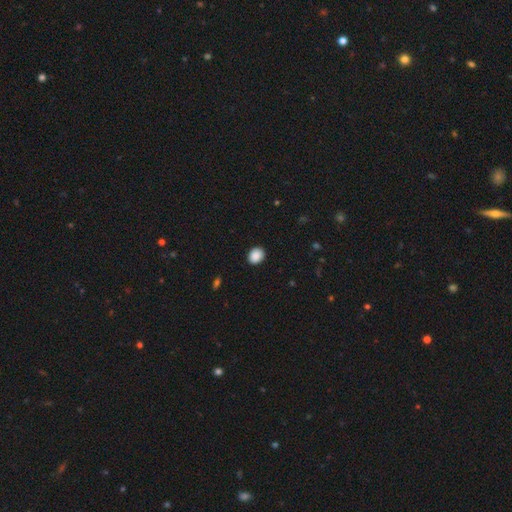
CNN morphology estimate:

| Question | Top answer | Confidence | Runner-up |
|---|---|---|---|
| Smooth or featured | smooth | 89% | star or artifact (8%) |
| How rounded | round | 55% | in between (44%) |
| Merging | none | 89% | minor disturbance (8%) |